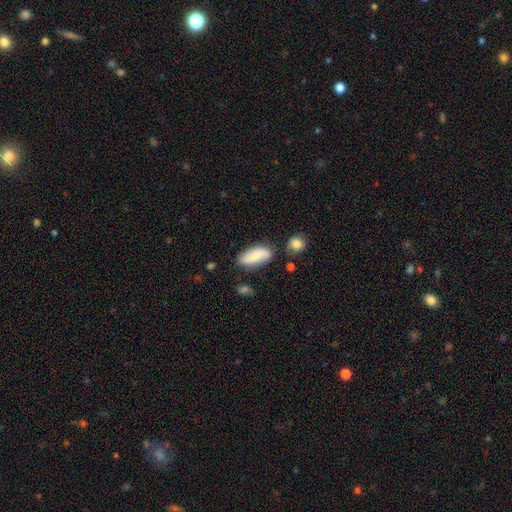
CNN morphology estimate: Smooth or featured: smooth — 64% (featured or disk — 28%)
How rounded: in between — 84% (cigar-shaped — 13%)
Merging: none — 69% (minor disturbance — 20%)